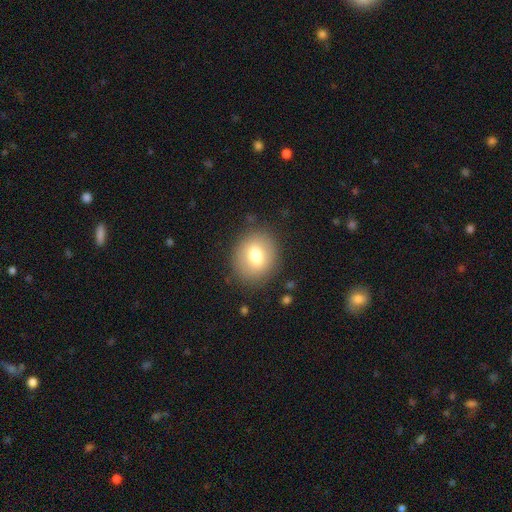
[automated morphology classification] A smooth galaxy with no disk features (71%) that is round (65%). Merging: none (84%).